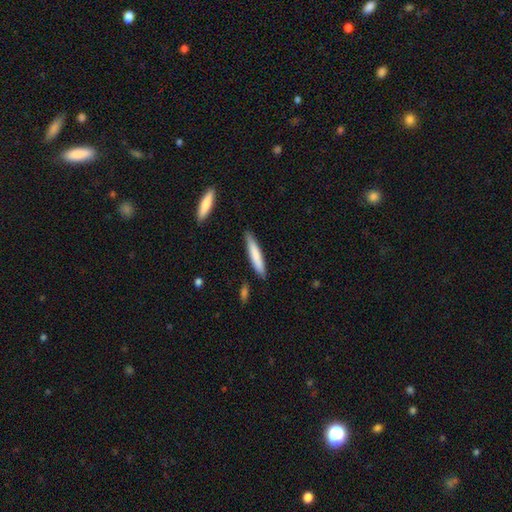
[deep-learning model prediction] Smooth or featured? Predicted: smooth (p=0.77). How rounded? Predicted: cigar-shaped (p=0.90). Merging? Predicted: none (p=0.85).